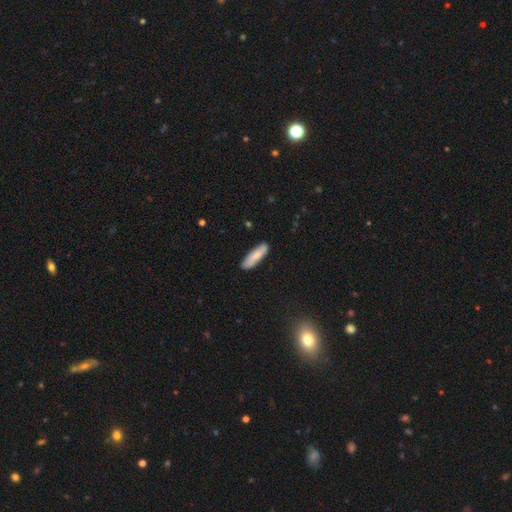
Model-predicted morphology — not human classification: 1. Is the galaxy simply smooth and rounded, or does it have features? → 79% smooth, 15% featured or disk, 5% star or artifact.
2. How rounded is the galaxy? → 65% cigar-shaped, 34% in between, 2% round.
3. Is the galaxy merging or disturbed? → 86% none, 11% minor disturbance, 2% major disturbance, 1% merger.